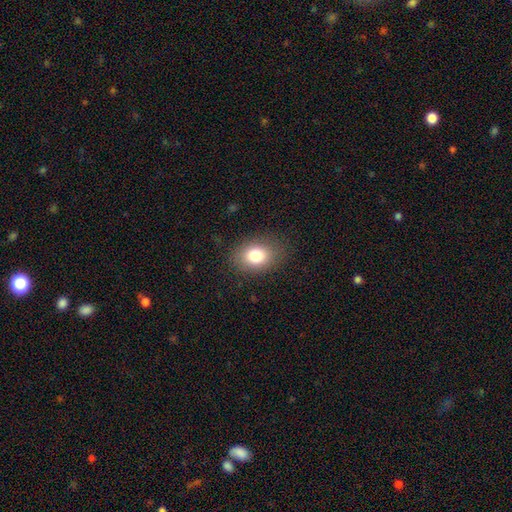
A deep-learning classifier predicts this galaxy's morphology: Smooth or featured? smooth (80%)
How rounded? in between (66%)
Merging? none (83%)